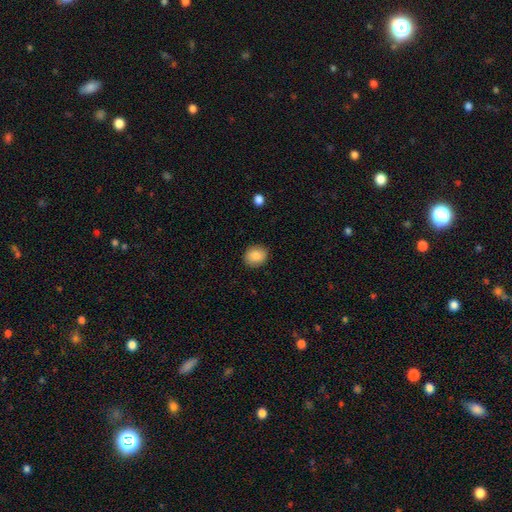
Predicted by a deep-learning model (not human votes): smooth-or-featured: smooth: 87% | star or artifact: 8% | featured or disk: 5%
  how-rounded: round: 65% | in between: 34% | cigar-shaped: 1%
  merging: none: 88% | minor disturbance: 8% | major disturbance: 2% | merger: 1%